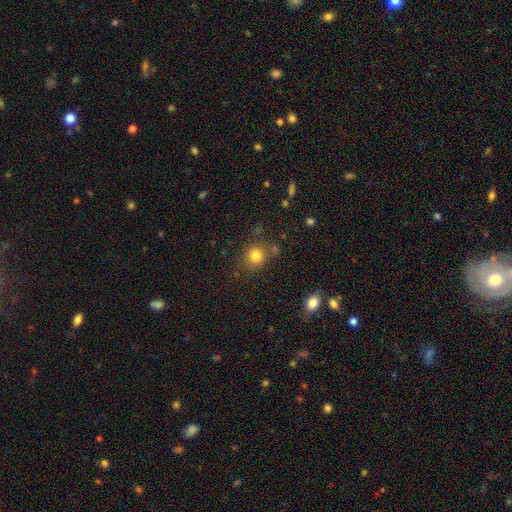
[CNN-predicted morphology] Overall: smooth (81%). How rounded: round (84%). Merging: none (76%).